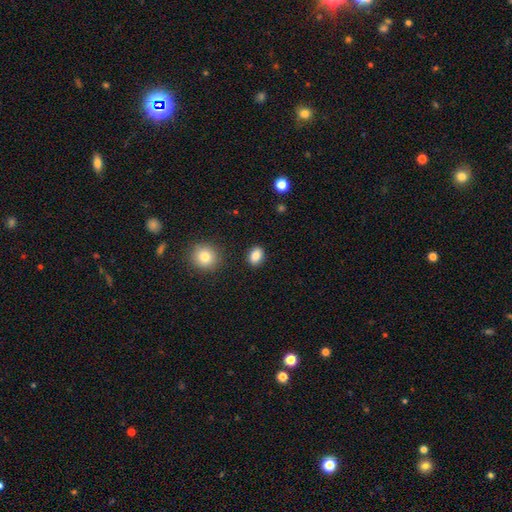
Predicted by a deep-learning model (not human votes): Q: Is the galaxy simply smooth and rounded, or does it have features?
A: smooth — 85%.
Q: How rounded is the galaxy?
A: in between — 67%.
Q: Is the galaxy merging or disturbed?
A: none — 88%.